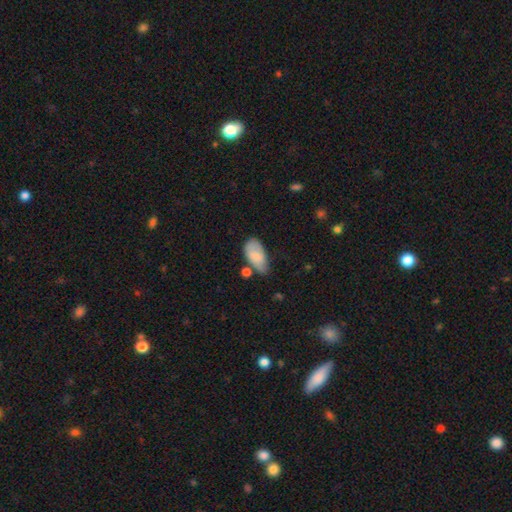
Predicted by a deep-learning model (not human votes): Overall: smooth (75%). How rounded: in between (93%). Merging: none (45%; minor disturbance 34%).